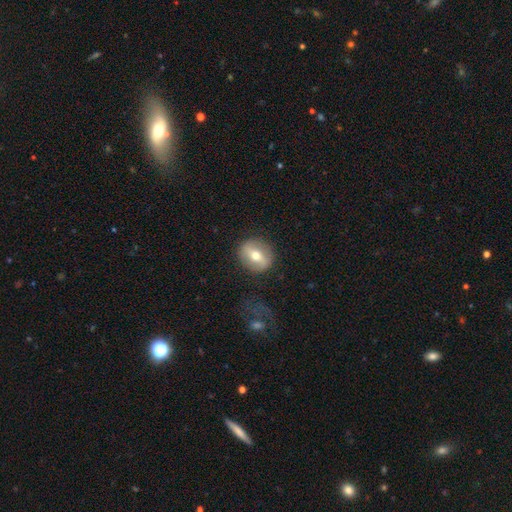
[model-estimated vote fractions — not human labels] smooth-or-featured: featured or disk: 47% | smooth: 46% | star or artifact: 8%
  merging: none: 83% | minor disturbance: 11% | major disturbance: 5% | merger: 1%